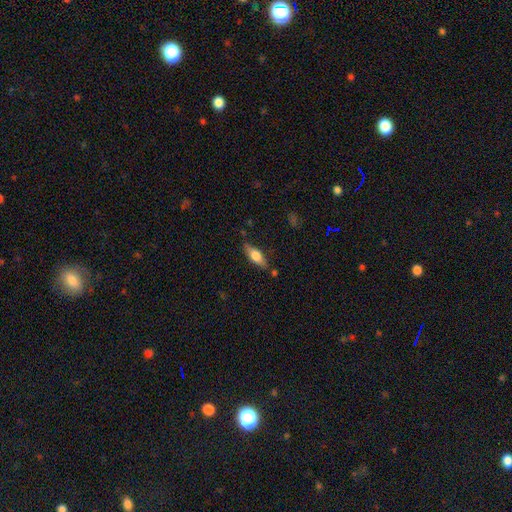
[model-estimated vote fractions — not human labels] Overall: smooth (66%; featured or disk 27%). How rounded: in between (68%; cigar-shaped 29%). Merging: none (76%).